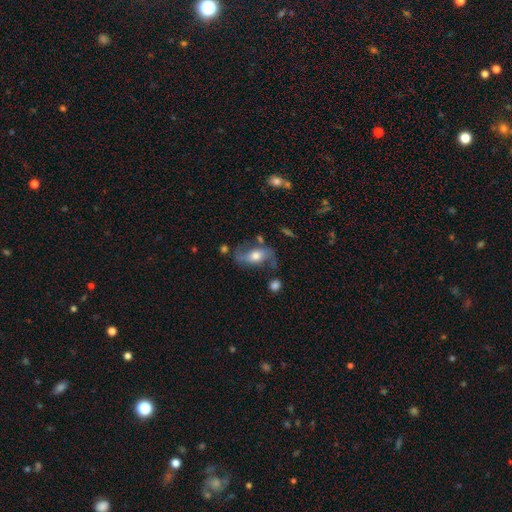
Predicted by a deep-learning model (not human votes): The model was most divided on "bar": no: 51%, weak: 32%, strong: 17%. More confident: edge-on disk — no (90%); spiral arms — yes (83%); smooth or featured — featured or disk (62%); merging — none (59%); bulge size — moderate (59%).